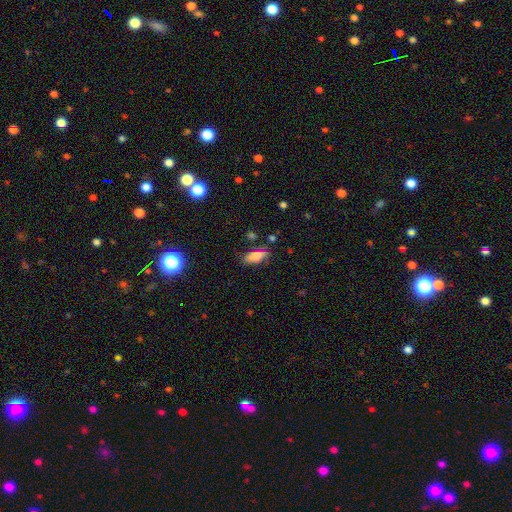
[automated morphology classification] Overall: smooth (78%). How rounded: in between (79%). Merging: none (71%).